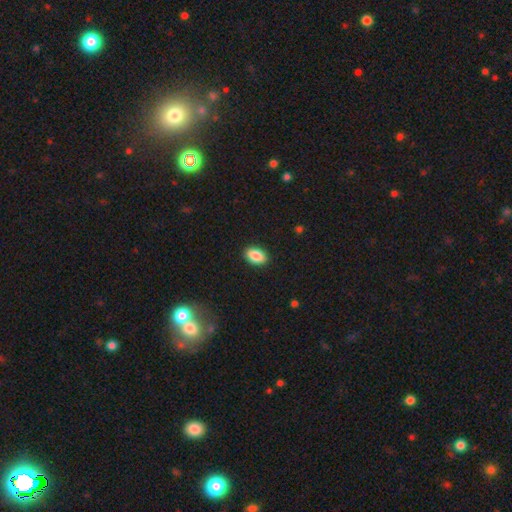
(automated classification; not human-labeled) smooth 87%, star or artifact 7%, featured or disk 5%. Down the decision tree: how rounded — in between (91%); merging — none (90%).